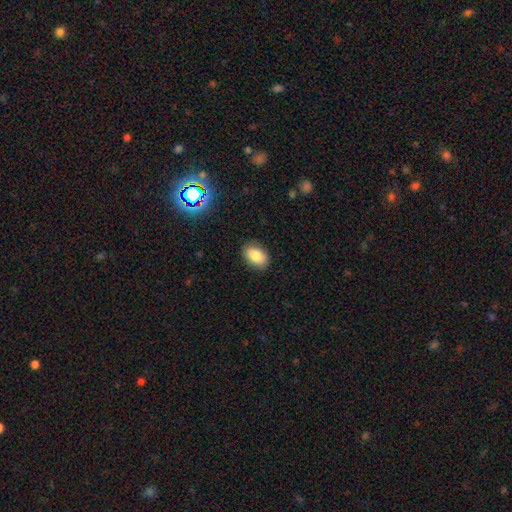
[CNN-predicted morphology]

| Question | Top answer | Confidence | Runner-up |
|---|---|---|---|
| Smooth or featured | smooth | 84% | star or artifact (9%) |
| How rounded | in between | 88% | round (11%) |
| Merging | none | 88% | minor disturbance (9%) |